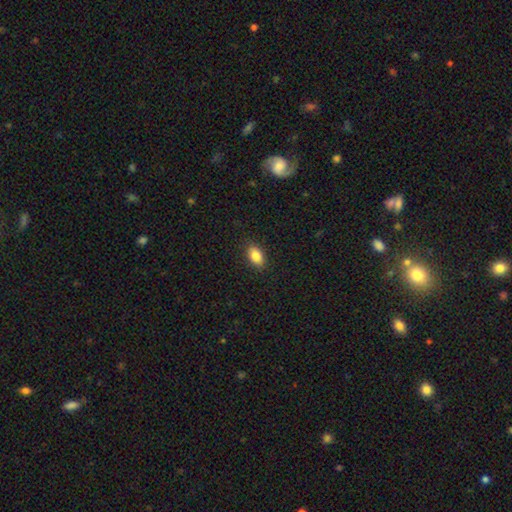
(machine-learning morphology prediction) smooth-or-featured: smooth: 86% | star or artifact: 8% | featured or disk: 6%
  how-rounded: in between: 88% | round: 9% | cigar-shaped: 2%
  merging: none: 88% | minor disturbance: 9% | major disturbance: 2% | merger: 1%